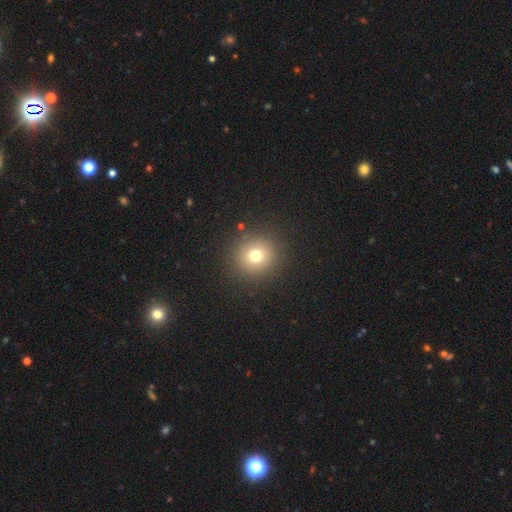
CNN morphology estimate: Overall: smooth (73%). How rounded: round (91%). Merging: none (90%).